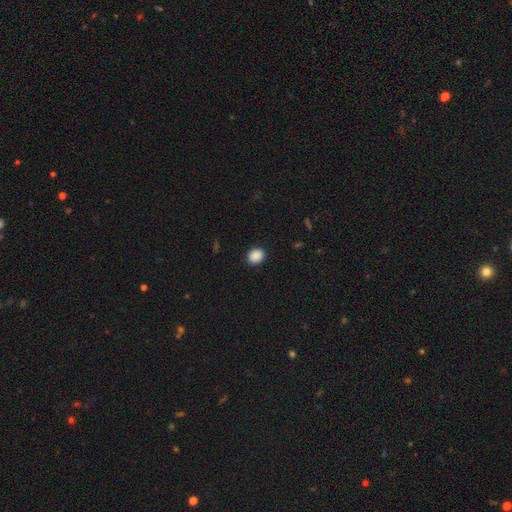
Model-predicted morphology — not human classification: Smooth or featured?
  - smooth: 89% *
  - star or artifact: 9%
  - featured or disk: 2%
How rounded?
  - round: 60% *
  - in between: 39%
  - cigar-shaped: 1%
Merging?
  - none: 90% *
  - minor disturbance: 7%
  - major disturbance: 2%
  - merger: 1%